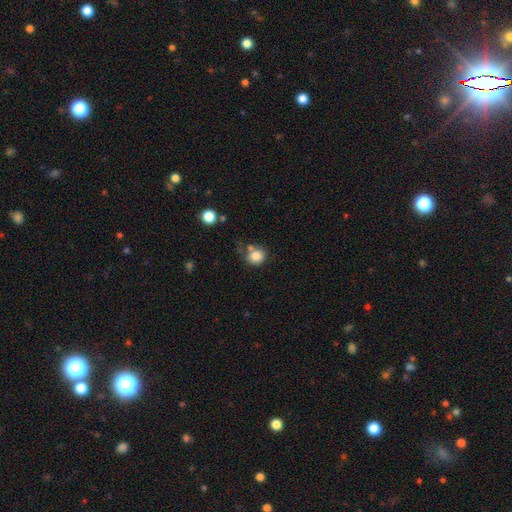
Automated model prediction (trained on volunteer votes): Q: Smooth or featured?
A: smooth (83%); runner-up: star or artifact (10%)
Q: How rounded?
A: round (79%); runner-up: in between (20%)
Q: Merging?
A: none (56%); runner-up: minor disturbance (19%)